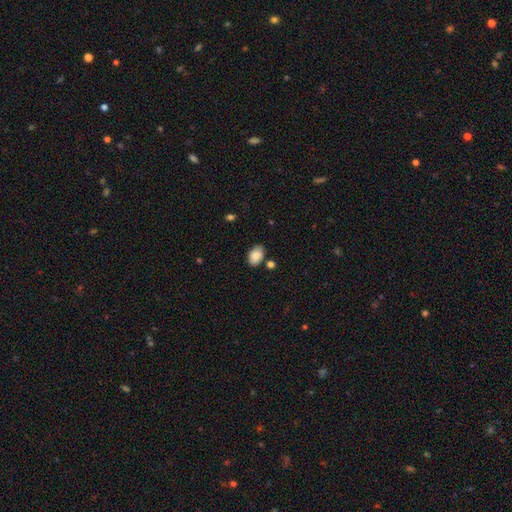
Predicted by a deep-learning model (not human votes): Overall: smooth (85%). How rounded: in between (87%). Merging: none (71%).